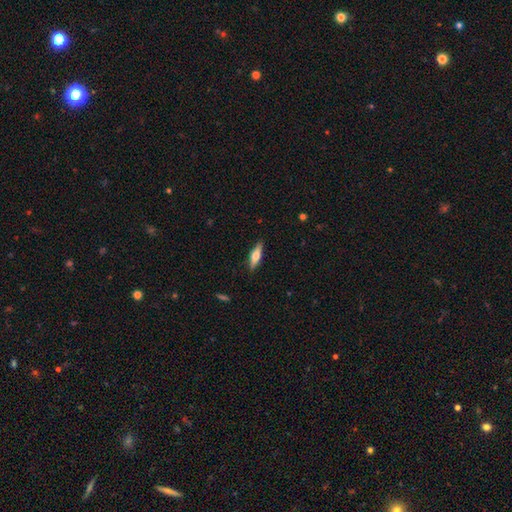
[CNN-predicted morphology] Overall: featured or disk (50%; smooth 44%). Merging: none (89%).